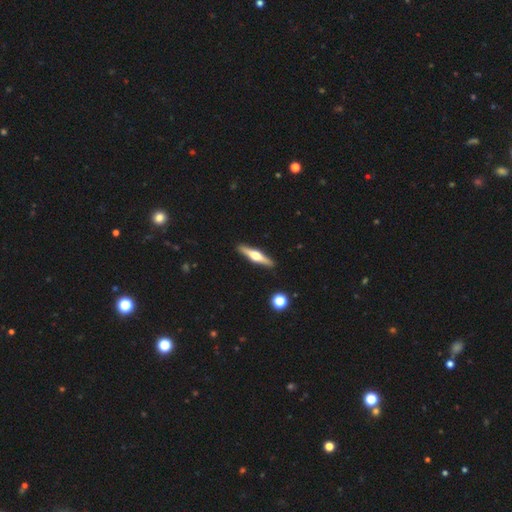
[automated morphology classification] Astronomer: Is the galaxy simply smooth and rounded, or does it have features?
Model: featured or disk — 67%.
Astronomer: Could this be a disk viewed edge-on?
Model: yes — 97%.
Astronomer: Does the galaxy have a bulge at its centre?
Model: rounded — 95%.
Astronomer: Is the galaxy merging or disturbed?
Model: none — 92%.